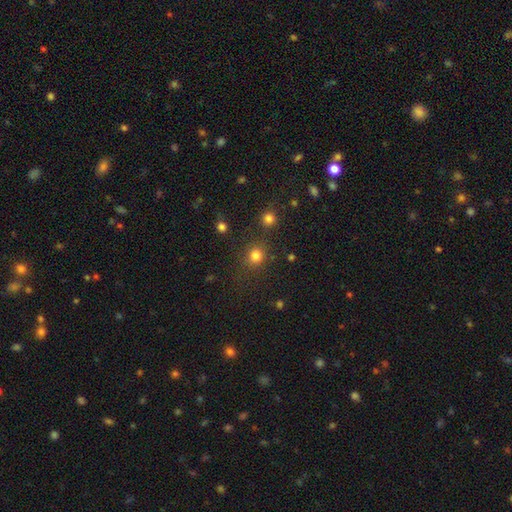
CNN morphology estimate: A smooth galaxy with no disk features (80%) that is round (88%). Merging: none (79%).